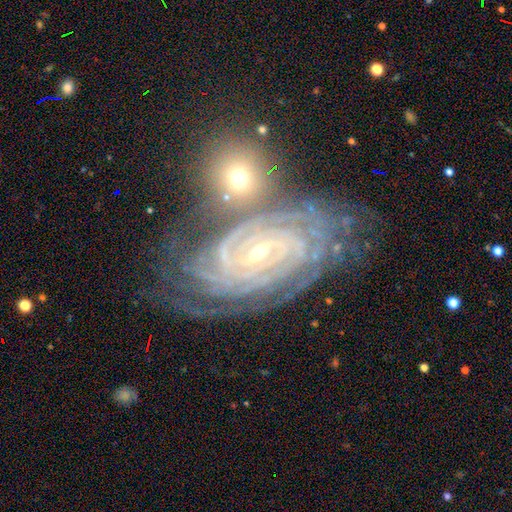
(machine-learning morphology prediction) Smooth or featured?
  - featured or disk: 91% *
  - star or artifact: 5%
  - smooth: 4%
Edge-on disk?
  - no: 96% *
  - yes: 4%
Bar?
  - strong: 45% *
  - weak: 37%
  - no: 18%
Spiral arms?
  - yes: 98% *
  - no: 2%
Spiral winding?
  - tight: 76% *
  - medium: 19%
  - loose: 5%
Spiral arm count?
  - 2: 30% *
  - 3: 18%
  - can't tell: 18%
  - 4: 15%
  - more than 4: 10%
  - 1: 8%
Bulge size?
  - small: 69% *
  - moderate: 27%
  - large: 2%
  - none: 1%
  - dominant: 1%
Merging?
  - none: 55% *
  - minor disturbance: 20%
  - merger: 15%
  - major disturbance: 9%